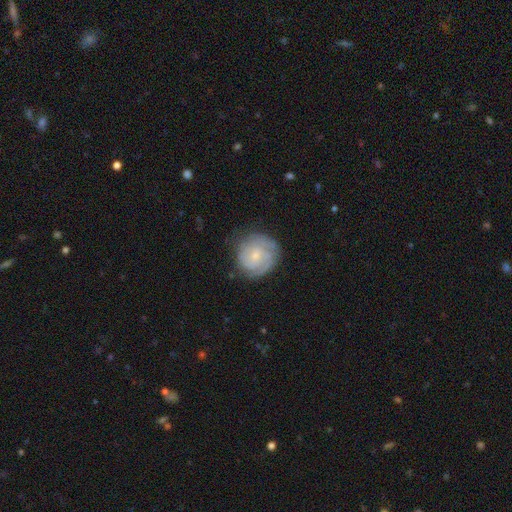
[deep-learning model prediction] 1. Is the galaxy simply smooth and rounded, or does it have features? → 68% featured or disk, 26% smooth, 6% star or artifact.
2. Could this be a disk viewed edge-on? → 98% no, 2% yes.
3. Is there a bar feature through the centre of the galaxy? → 68% no, 29% weak, 3% strong.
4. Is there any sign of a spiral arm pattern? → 92% yes, 8% no.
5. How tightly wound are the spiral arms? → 66% tight, 27% medium, 7% loose.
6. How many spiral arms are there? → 34% can't tell, 25% 3, 24% 2, 7% 4, 6% 1, 5% more than 4.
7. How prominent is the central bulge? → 68% small, 24% moderate, 5% none, 1% large, 1% dominant.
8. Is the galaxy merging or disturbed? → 74% none, 18% minor disturbance, 6% major disturbance, 1% merger.